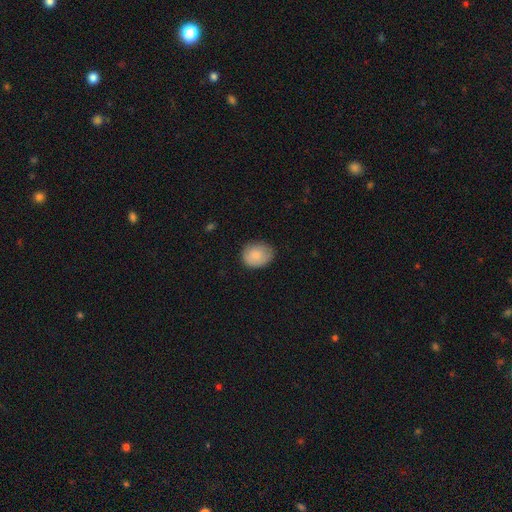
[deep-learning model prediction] This appears to be a smooth galaxy with no disk features (80%) that is round (52%). Merging: none (74%).